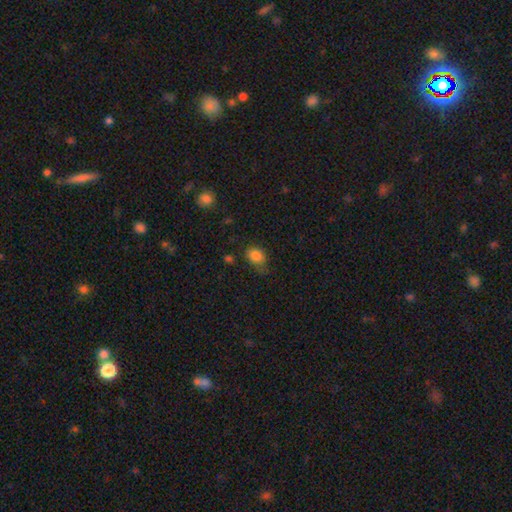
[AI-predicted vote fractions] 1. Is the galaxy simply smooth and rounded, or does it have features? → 83% smooth, 11% star or artifact, 7% featured or disk.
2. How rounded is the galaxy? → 69% in between, 30% round, 1% cigar-shaped.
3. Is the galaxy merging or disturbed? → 51% none, 34% minor disturbance, 12% major disturbance, 3% merger.